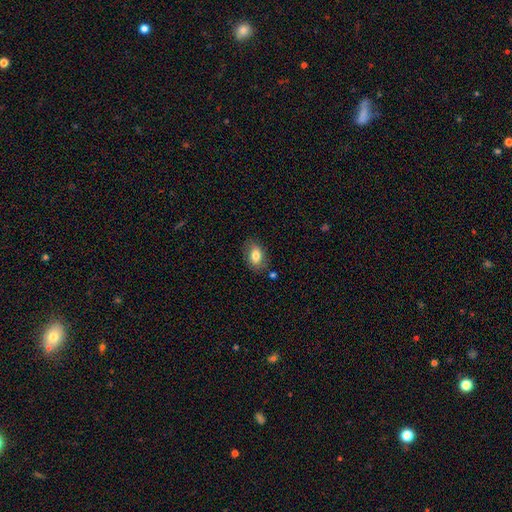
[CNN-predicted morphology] The model was most divided on "merging": none: 73%, minor disturbance: 18%, major disturbance: 5%, merger: 4%. More confident: how rounded — in between (83%); smooth or featured — smooth (77%).